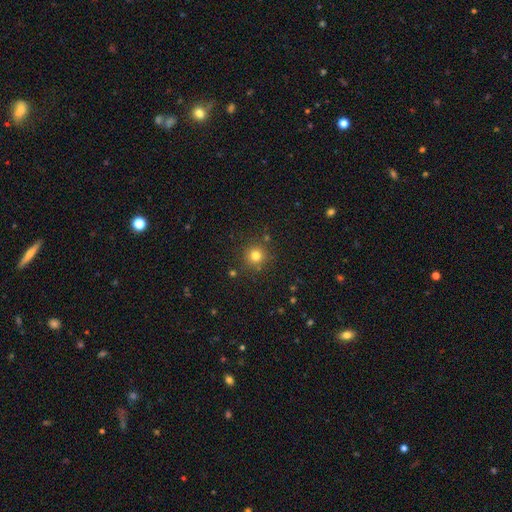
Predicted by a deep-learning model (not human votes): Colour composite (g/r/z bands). It shows a smooth galaxy with no disk features (78%) that is round (94%). Merging: none (86%).